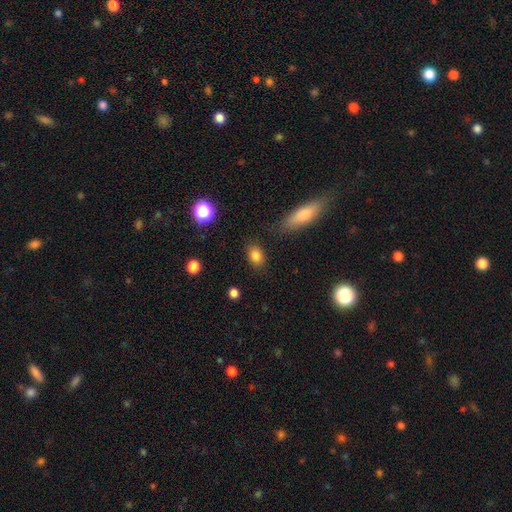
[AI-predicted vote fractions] Q: Smooth or featured?
A: smooth (84%); runner-up: star or artifact (10%)
Q: How rounded?
A: in between (75%); runner-up: round (23%)
Q: Merging?
A: none (84%); runner-up: minor disturbance (11%)